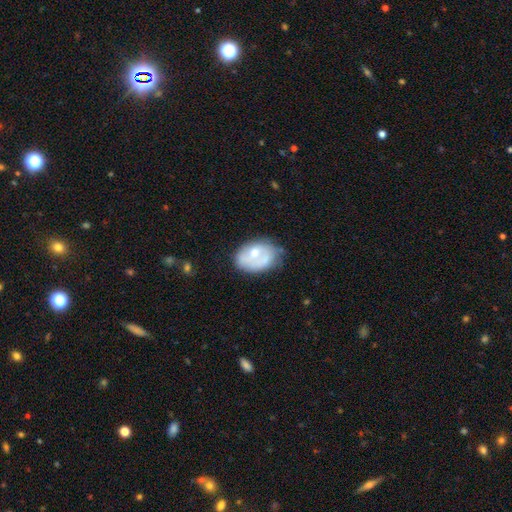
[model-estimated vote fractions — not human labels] Smooth or featured? Predicted: smooth (p=0.50). How rounded? Predicted: in between (p=0.82). Merging? Predicted: none (p=0.50).